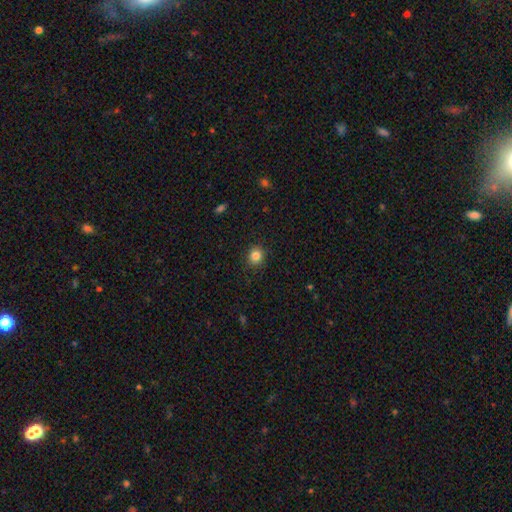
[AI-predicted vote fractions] The model was most divided on "how rounded": round: 83%, in between: 16%, cigar-shaped: 1%. More confident: merging — none (90%); smooth or featured — smooth (84%).